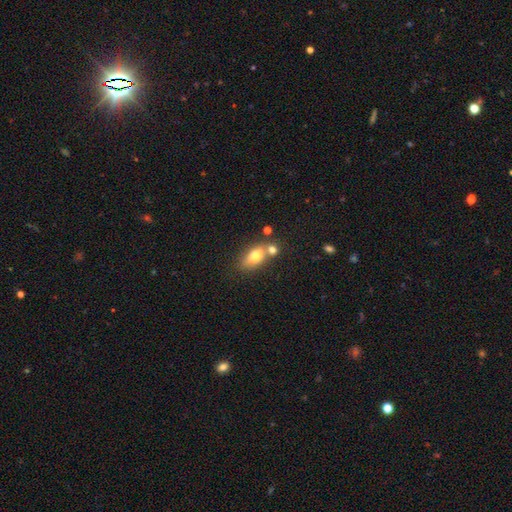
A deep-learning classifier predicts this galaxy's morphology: A smooth galaxy with no disk features (72%) that is in between round and cigar-shaped (78%). Merging: none (51%).